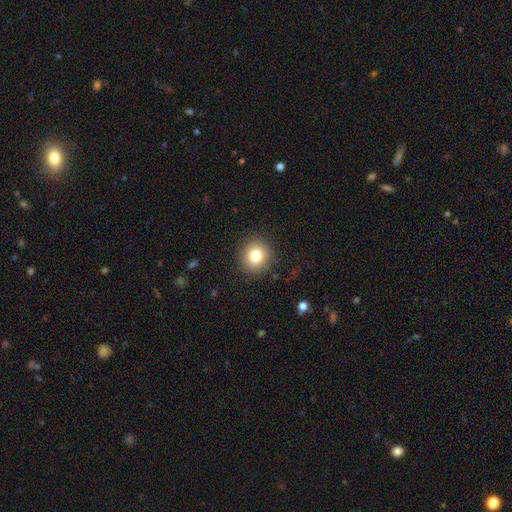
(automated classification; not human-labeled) smooth 80%, star or artifact 11%, featured or disk 8%. Down the decision tree: how rounded — round (86%); merging — none (89%).